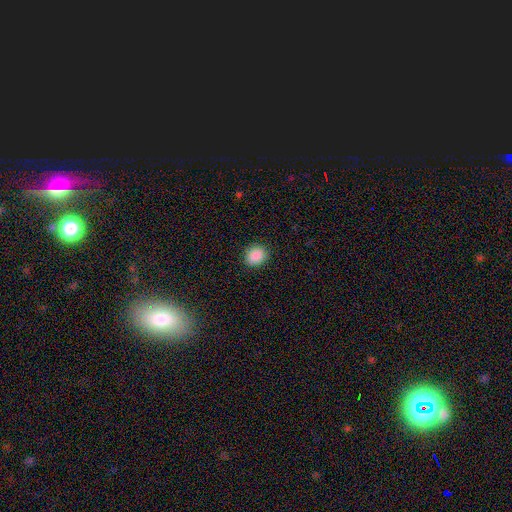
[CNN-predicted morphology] Smooth or featured? Predicted: smooth (p=0.89). How rounded? Predicted: round (p=0.65). Merging? Predicted: none (p=0.89).